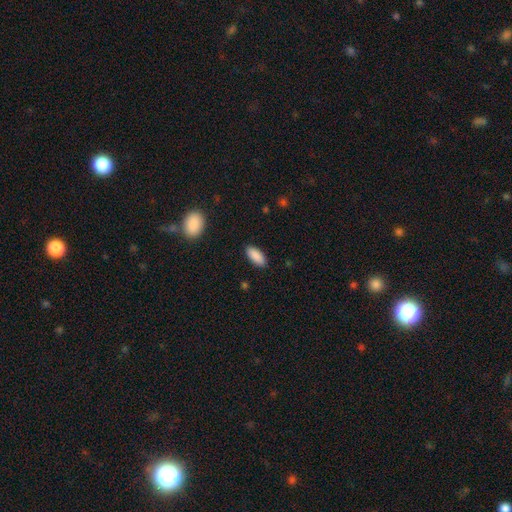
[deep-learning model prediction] The model was most divided on "how rounded": in between: 86%, cigar-shaped: 12%, round: 2%. More confident: smooth or featured — smooth (90%); merging — none (88%).